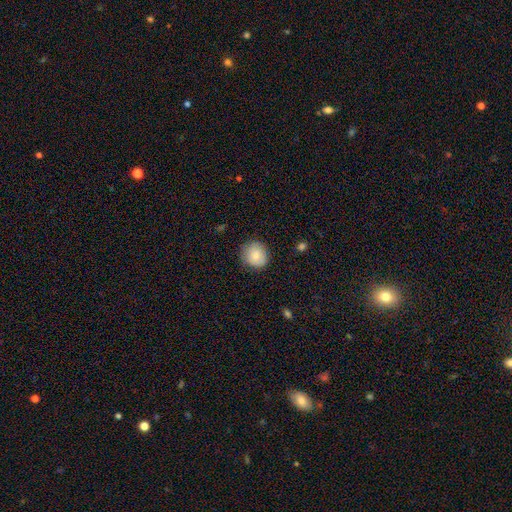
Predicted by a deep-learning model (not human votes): Smooth or featured? smooth (80%)
How rounded? round (85%)
Merging? none (80%)